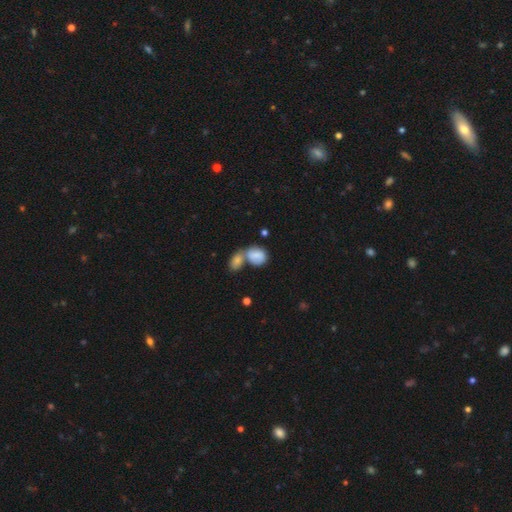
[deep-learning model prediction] Smooth or featured? Predicted: smooth (p=0.78). How rounded? Predicted: in between (p=0.64). Merging? Predicted: merger (p=0.60).